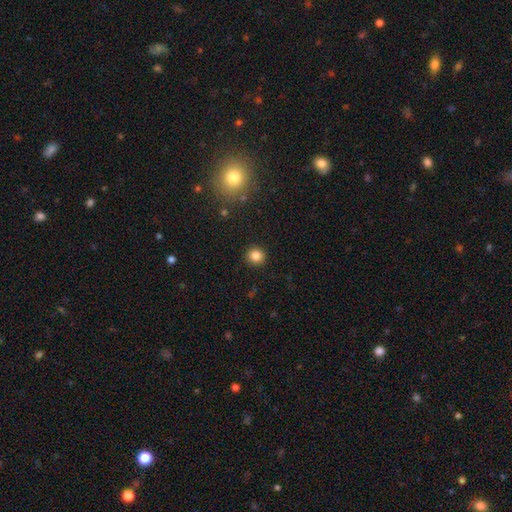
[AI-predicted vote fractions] Overall: smooth (84%). How rounded: round (91%). Merging: none (91%).